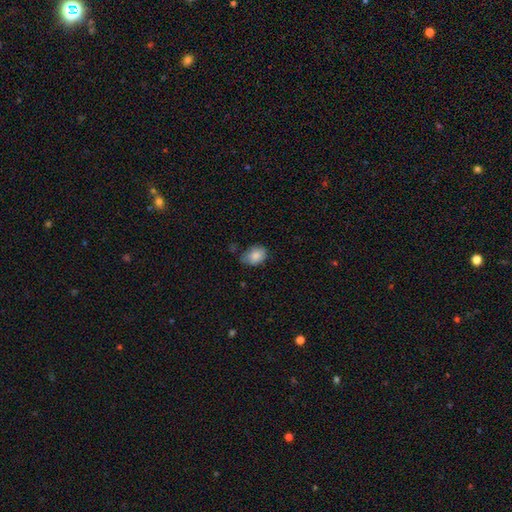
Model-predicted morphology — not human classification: A smooth galaxy with no disk features (85%) that is in between round and cigar-shaped (72%).

Vote fractions:
- Smooth or featured? smooth: 85% / star or artifact: 8% / featured or disk: 7%
- How rounded? in between: 72% / round: 27% / cigar-shaped: 1%
- Merging? none: 62% / minor disturbance: 30% / major disturbance: 5% / merger: 3%